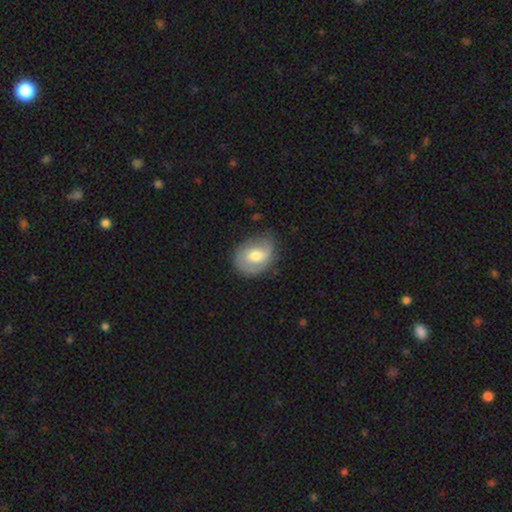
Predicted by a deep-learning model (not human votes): Smooth or featured: smooth — 51% (featured or disk — 42%)
How rounded: in between — 55% (round — 44%)
Merging: none — 66% (minor disturbance — 24%)